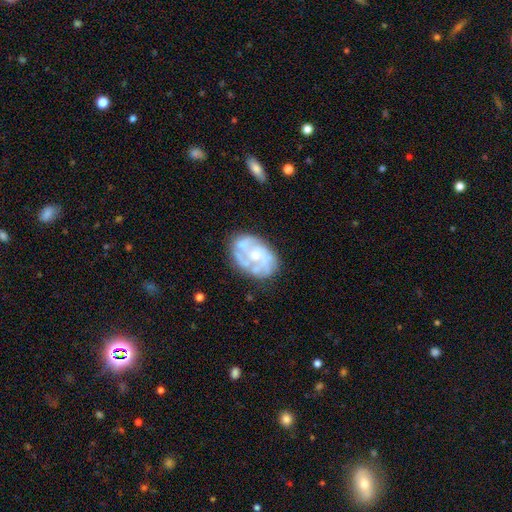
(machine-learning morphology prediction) The model was most divided on "bulge size" (2-way tie): moderate: 45%, small: 45%, none: 5%, large: 3%, dominant: 1%. Remaining: edge-on disk — no (97%); bar — no (79%); smooth or featured — featured or disk (77%); spiral arms — yes (72%); merging — none (64%); spiral winding — tight (50%); spiral arm count — can't tell (43%).